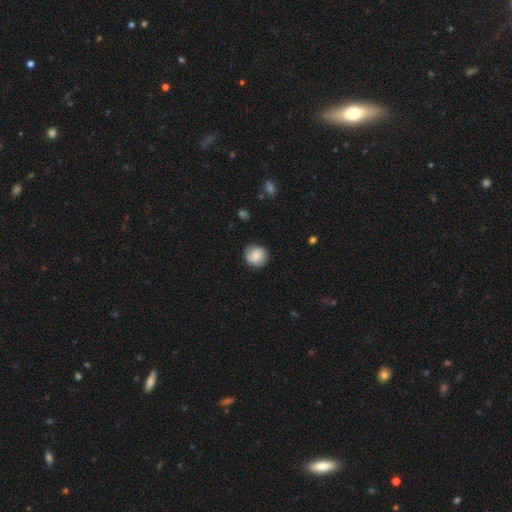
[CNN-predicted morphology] smooth-or-featured: smooth: 77% | featured or disk: 15% | star or artifact: 7%
  how-rounded: round: 91% | in between: 9% | cigar-shaped: 1%
  merging: none: 82% | minor disturbance: 14% | major disturbance: 3% | merger: 1%